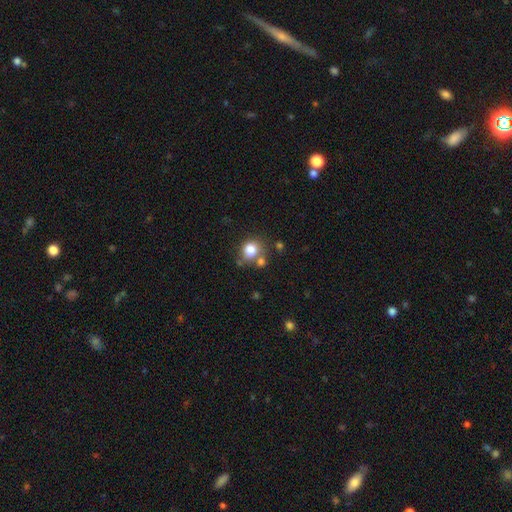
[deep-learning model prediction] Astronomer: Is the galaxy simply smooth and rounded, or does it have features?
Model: smooth — 78%.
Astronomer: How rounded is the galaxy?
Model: round — 76%.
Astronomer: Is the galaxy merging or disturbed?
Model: none — 66%.